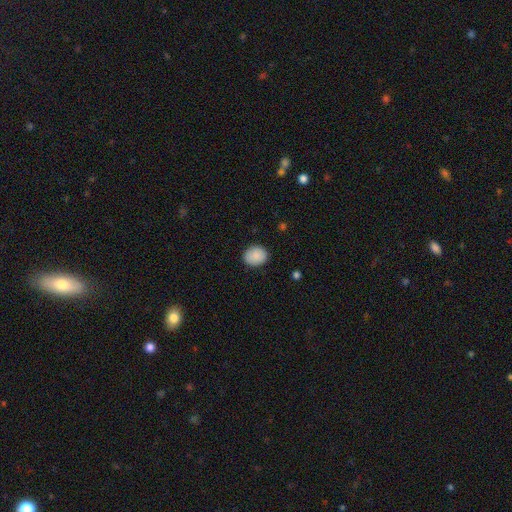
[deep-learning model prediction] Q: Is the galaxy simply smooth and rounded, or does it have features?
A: smooth — 89%.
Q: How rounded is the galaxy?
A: round — 56%.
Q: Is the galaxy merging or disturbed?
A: none — 87%.